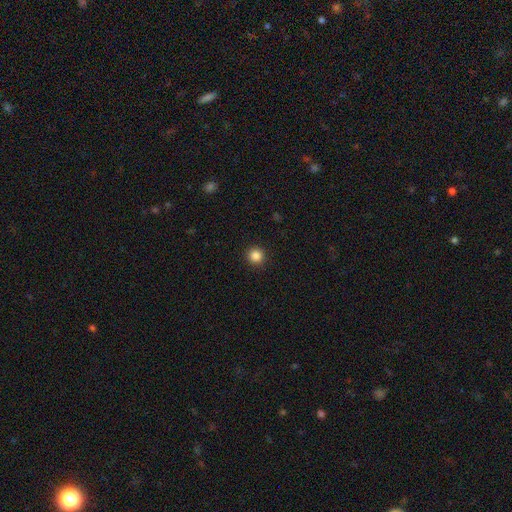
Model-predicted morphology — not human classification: Smooth or featured? Predicted: smooth (p=0.86). How rounded? Predicted: round (p=0.95). Merging? Predicted: none (p=0.93).